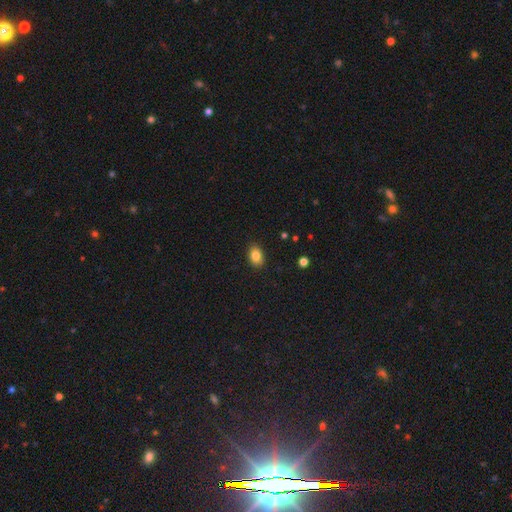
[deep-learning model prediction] smooth-or-featured: smooth: 84% | star or artifact: 9% | featured or disk: 7%
  how-rounded: in between: 80% | round: 19% | cigar-shaped: 1%
  merging: none: 87% | minor disturbance: 10% | major disturbance: 2% | merger: 1%